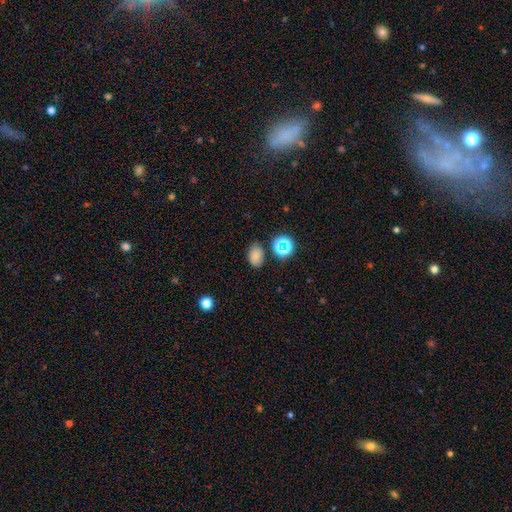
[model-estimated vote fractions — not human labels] This is likely a smooth galaxy (77%). How rounded: clearly in between (81%). Merging: likely none (78%).